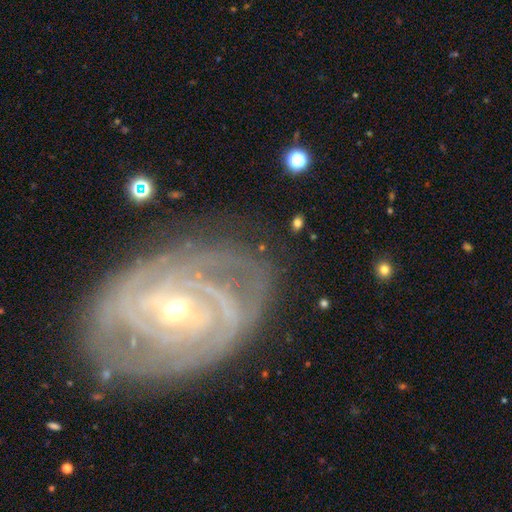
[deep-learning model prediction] Morphology: type=featured or disk (89%); edge-on=no (97%); bar=no (45%); spiral arms=yes (97%); winding=tight (78%); arm count=can't tell (25%); bulge=small (49%); merging=none (75%).